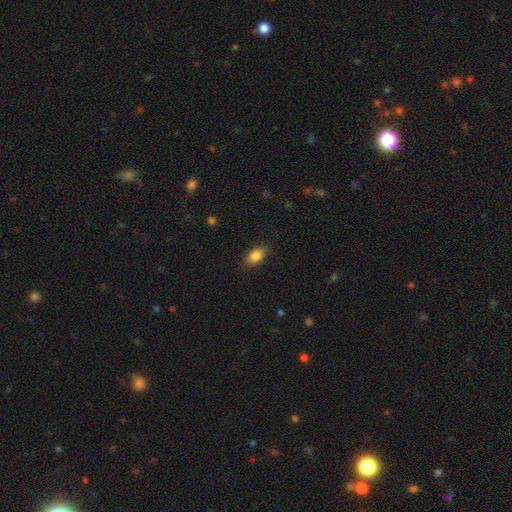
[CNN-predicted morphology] Smooth or featured: smooth — 85% (star or artifact — 8%)
How rounded: in between — 85% (round — 11%)
Merging: none — 84% (minor disturbance — 12%)